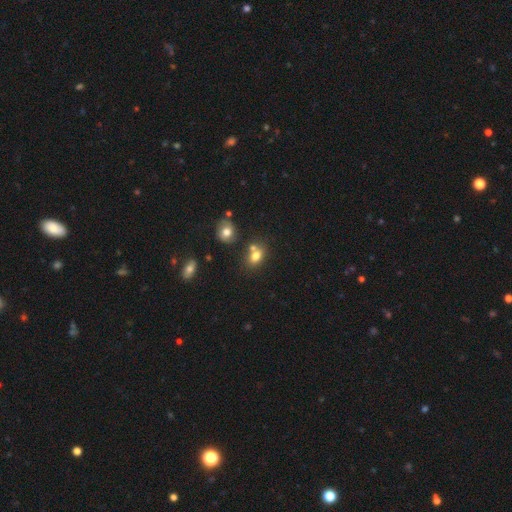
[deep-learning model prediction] smooth-or-featured: smooth: 76% | star or artifact: 12% | featured or disk: 12%
  how-rounded: in between: 64% | round: 34% | cigar-shaped: 2%
  merging: none: 49% | merger: 34% | minor disturbance: 12% | major disturbance: 4%